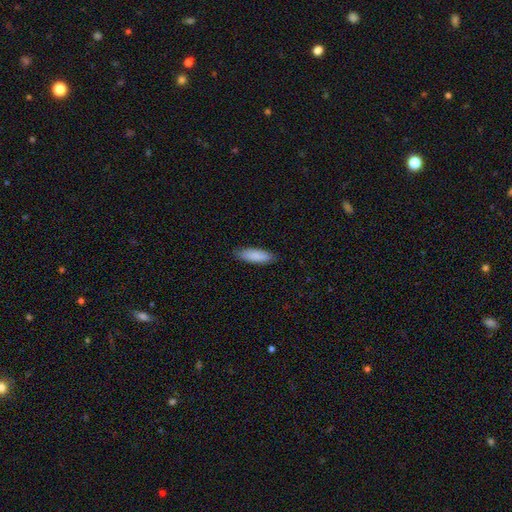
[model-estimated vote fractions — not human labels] Morphology: type=smooth (88%); roundness=in between (54%); merging=none (87%).